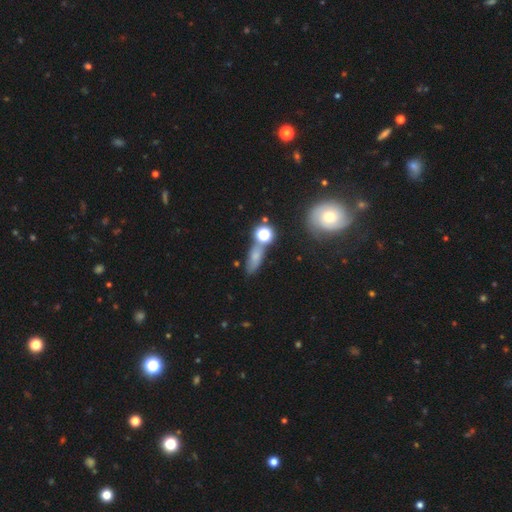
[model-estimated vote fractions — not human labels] Morphology: type=smooth (61%); roundness=in between (51%); merging=none (63%).